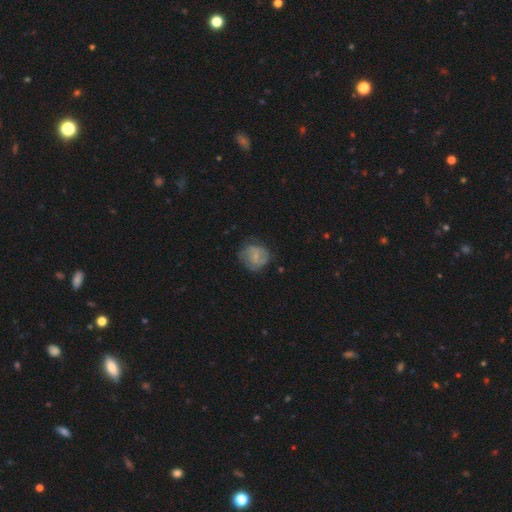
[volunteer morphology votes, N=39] Q: Smooth or featured?
A: smooth (56%); runner-up: featured or disk (38%)
Q: How rounded?
A: round (73%); runner-up: in between (23%)
Q: Merging?
A: none (49%); runner-up: minor disturbance (27%)